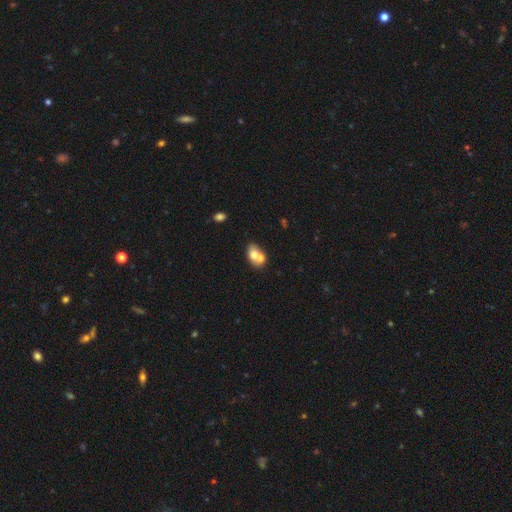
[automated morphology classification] Smooth or featured: smooth — 68% (featured or disk — 23%)
How rounded: in between — 69% (round — 29%)
Merging: merger — 61% (none — 26%)